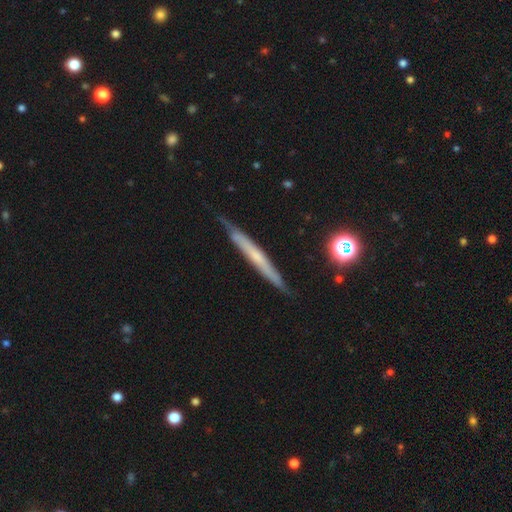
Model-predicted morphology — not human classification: A featured or disk galaxy (58%) viewed edge-on (93%) with no central bulge (72%). Merging: none (83%).